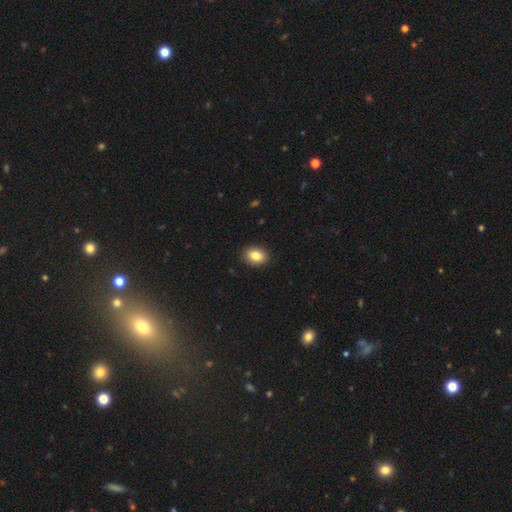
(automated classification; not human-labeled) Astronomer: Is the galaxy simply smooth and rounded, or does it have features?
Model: smooth — 85%.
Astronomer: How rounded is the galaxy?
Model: in between — 71%.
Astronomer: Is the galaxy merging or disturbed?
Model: none — 91%.